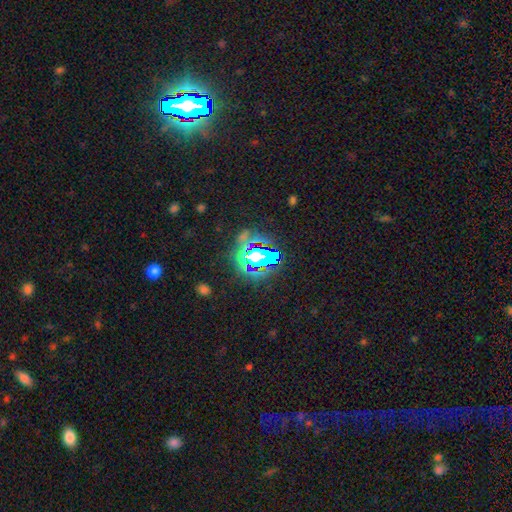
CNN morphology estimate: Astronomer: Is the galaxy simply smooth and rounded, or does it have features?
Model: star or artifact — 77%.